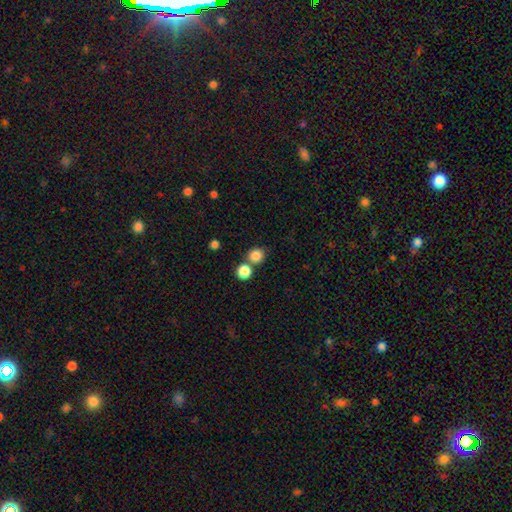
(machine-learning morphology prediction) smooth-or-featured: smooth: 84% | star or artifact: 11% | featured or disk: 5%
  how-rounded: round: 86% | in between: 13% | cigar-shaped: 1%
  merging: none: 65% | merger: 24% | minor disturbance: 8% | major disturbance: 3%